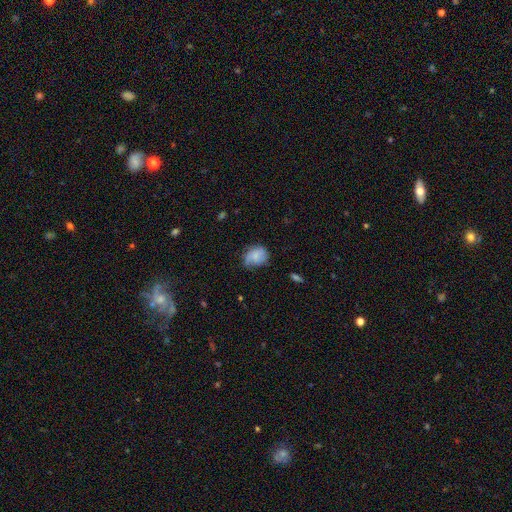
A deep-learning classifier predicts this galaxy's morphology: smooth 57%, featured or disk 34%, star or artifact 9%. Down the decision tree: how rounded — in between (50%); merging — none (54%).